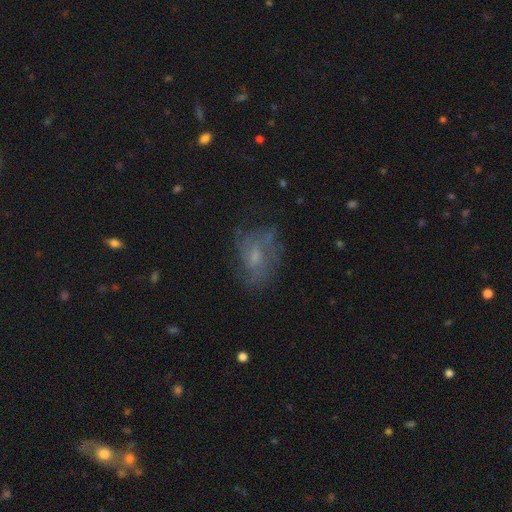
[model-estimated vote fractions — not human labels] Q: Smooth or featured?
A: featured or disk (53%); runner-up: smooth (33%)
Q: Edge-on disk?
A: no (96%); runner-up: yes (4%)
Q: Bar?
A: no (61%); runner-up: weak (34%)
Q: Spiral arms?
A: yes (65%); runner-up: no (35%)
Q: Bulge size?
A: small (47%); runner-up: moderate (32%)
Q: Merging?
A: none (58%); runner-up: minor disturbance (23%)